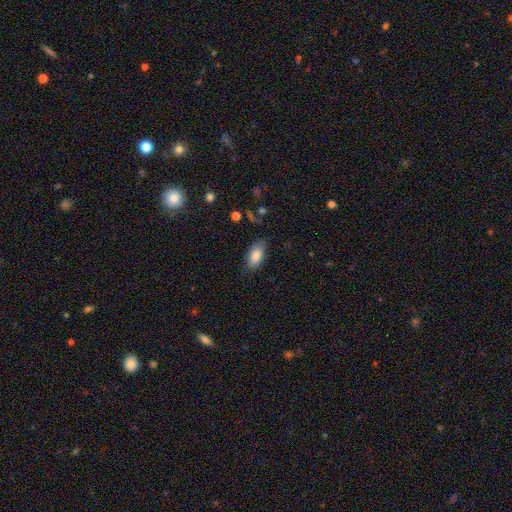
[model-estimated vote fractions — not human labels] A smooth galaxy with no disk features (83%) that is in between round and cigar-shaped (91%). Merging: none (76%).